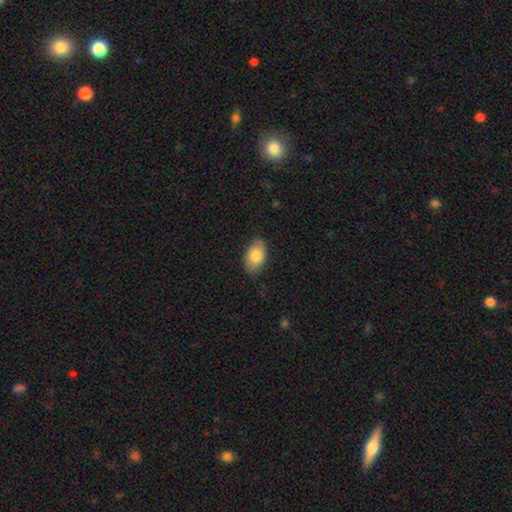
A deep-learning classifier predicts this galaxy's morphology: Overall: smooth (80%). How rounded: in between (90%). Merging: none (81%).